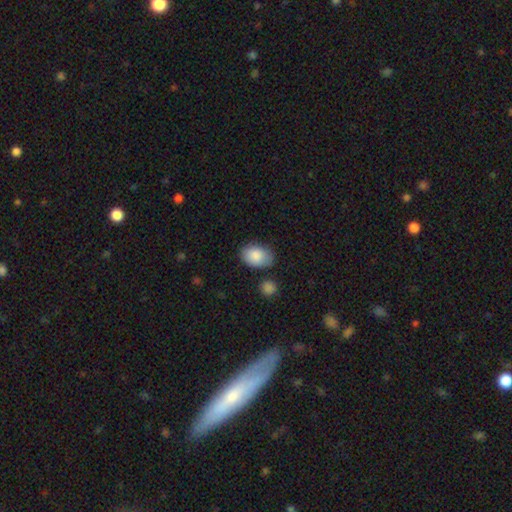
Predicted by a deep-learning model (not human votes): Smooth or featured? smooth (88%)
How rounded? in between (84%)
Merging? none (71%)